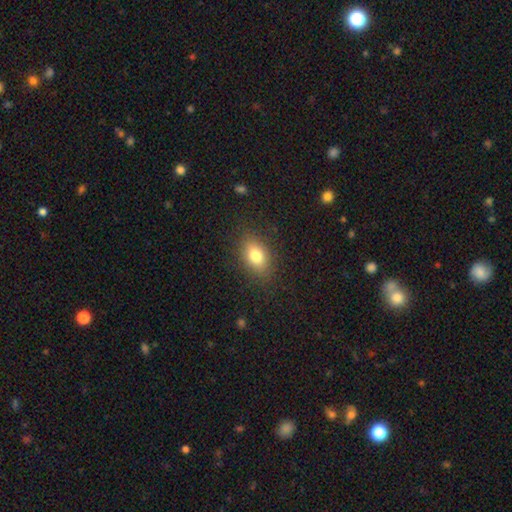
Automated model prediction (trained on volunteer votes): smooth-or-featured: smooth: 80% | featured or disk: 11% | star or artifact: 10%
  how-rounded: in between: 82% | round: 16% | cigar-shaped: 2%
  merging: none: 85% | minor disturbance: 10% | major disturbance: 4% | merger: 1%